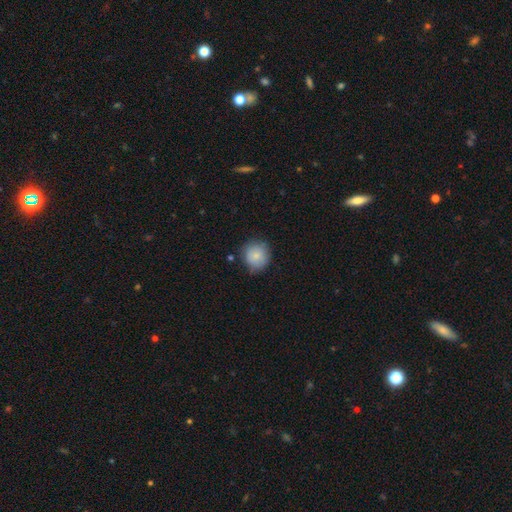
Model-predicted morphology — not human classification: A smooth galaxy with no disk features (81%) that is round (90%).

Vote fractions:
- Smooth or featured? smooth: 81% / featured or disk: 11% / star or artifact: 8%
- How rounded? round: 90% / in between: 9% / cigar-shaped: 1%
- Merging? none: 77% / minor disturbance: 18% / major disturbance: 4% / merger: 2%